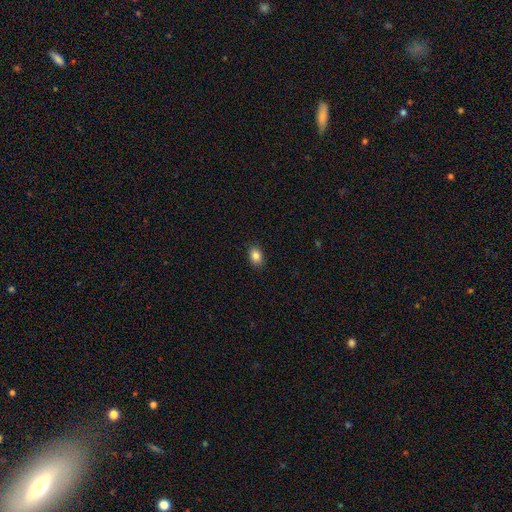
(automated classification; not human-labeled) Smooth or featured: smooth — 86% (star or artifact — 9%)
How rounded: in between — 79% (round — 20%)
Merging: none — 89% (minor disturbance — 8%)